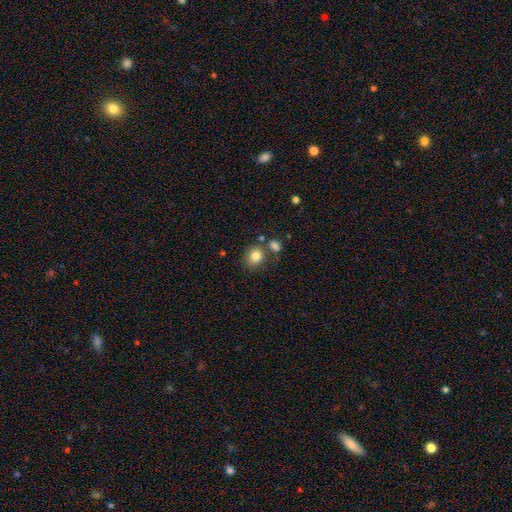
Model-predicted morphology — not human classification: This is clearly a smooth galaxy (82%). How rounded: likely round (72%). Merging: likely none (67%).